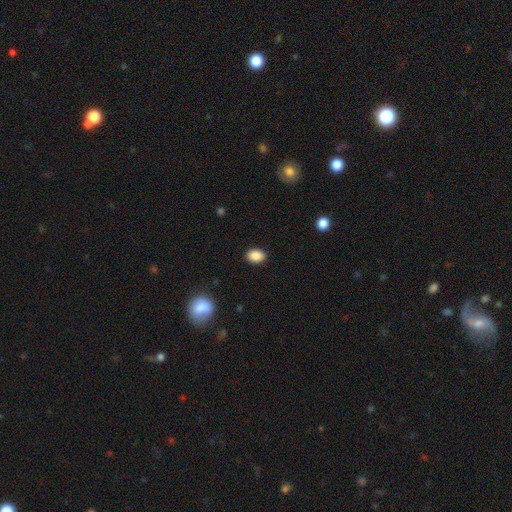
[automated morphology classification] The model was most divided on "how rounded": in between: 76%, round: 22%, cigar-shaped: 1%. More confident: merging — none (89%); smooth or featured — smooth (89%).